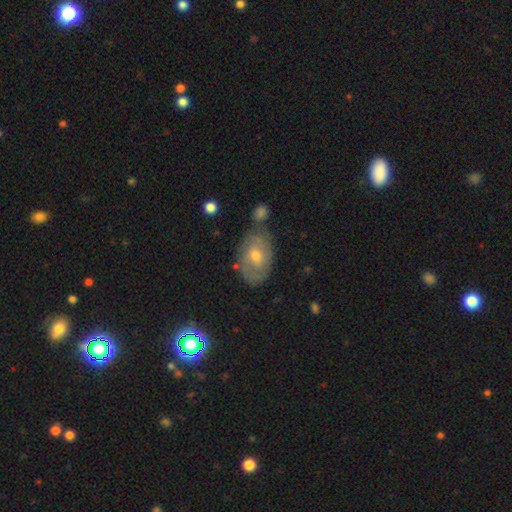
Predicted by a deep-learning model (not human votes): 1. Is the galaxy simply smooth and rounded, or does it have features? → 53% featured or disk, 38% smooth, 10% star or artifact.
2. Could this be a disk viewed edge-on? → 93% no, 7% yes.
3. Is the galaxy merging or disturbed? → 65% none, 20% minor disturbance, 9% merger, 6% major disturbance.